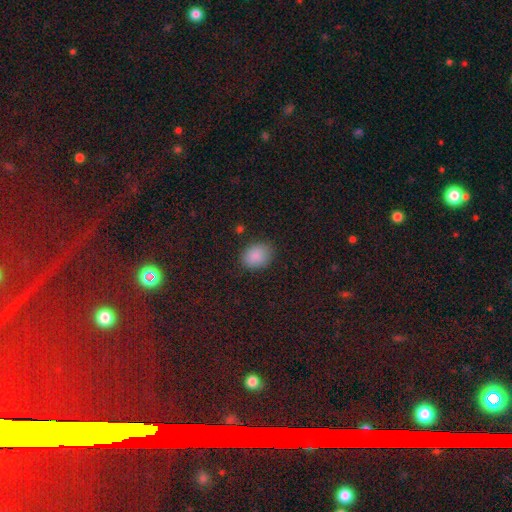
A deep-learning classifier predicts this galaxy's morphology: smooth-or-featured: smooth: 86% | star or artifact: 9% | featured or disk: 4%
  how-rounded: in between: 58% | round: 41% | cigar-shaped: 1%
  merging: none: 83% | minor disturbance: 13% | major disturbance: 3% | merger: 1%